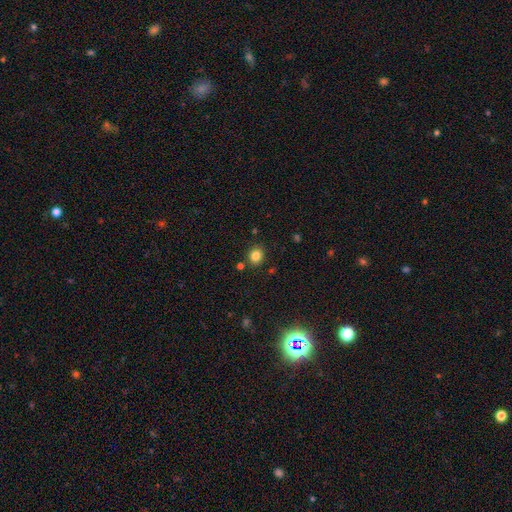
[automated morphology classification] This appears to be a smooth galaxy with no disk features (83%) that is round (76%). Merging: none (85%).